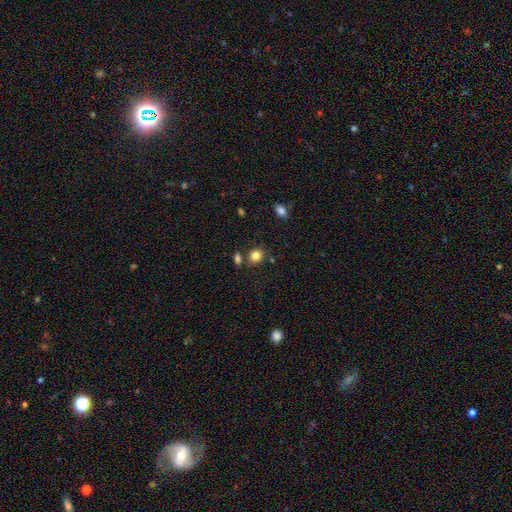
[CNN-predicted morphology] Smooth or featured? Predicted: smooth (p=0.83). How rounded? Predicted: round (p=0.57). Merging? Predicted: none (p=0.74).